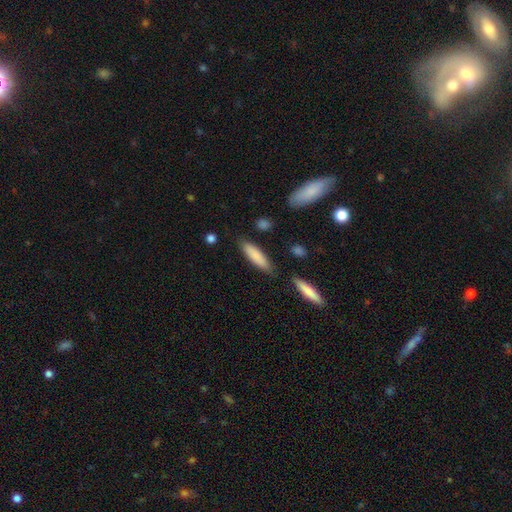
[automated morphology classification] smooth-or-featured: smooth: 84% | featured or disk: 10% | star or artifact: 6%
  how-rounded: cigar-shaped: 66% | in between: 33% | round: 1%
  merging: none: 81% | minor disturbance: 12% | merger: 4% | major disturbance: 3%